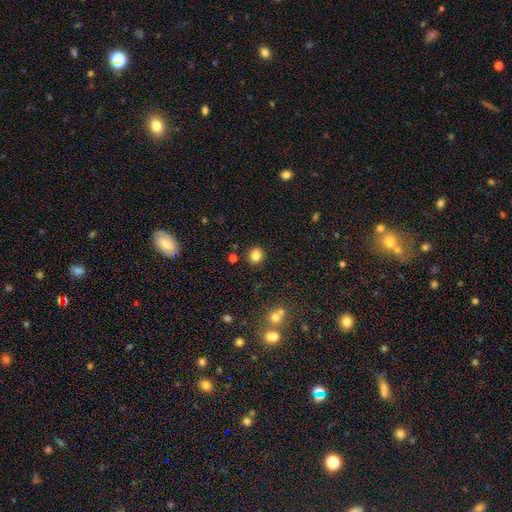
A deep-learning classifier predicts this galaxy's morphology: Smooth or featured?
  - smooth: 82% *
  - star or artifact: 12%
  - featured or disk: 7%
How rounded?
  - round: 84% *
  - in between: 15%
  - cigar-shaped: 1%
Merging?
  - none: 89% *
  - minor disturbance: 6%
  - merger: 3%
  - major disturbance: 2%